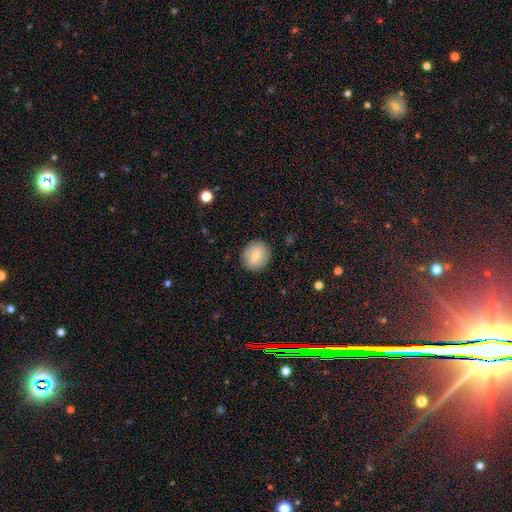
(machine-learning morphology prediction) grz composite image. It shows a smooth galaxy with no disk features (71%) that is round (78%). Merging: none (87%).